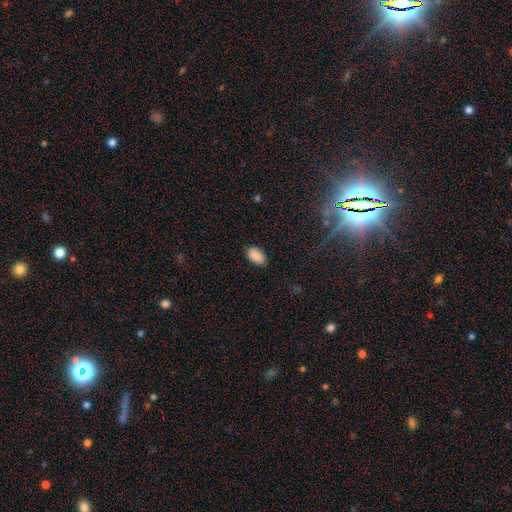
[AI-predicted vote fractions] smooth 89%, star or artifact 7%, featured or disk 3%. Down the decision tree: how rounded — in between (95%); merging — none (84%).